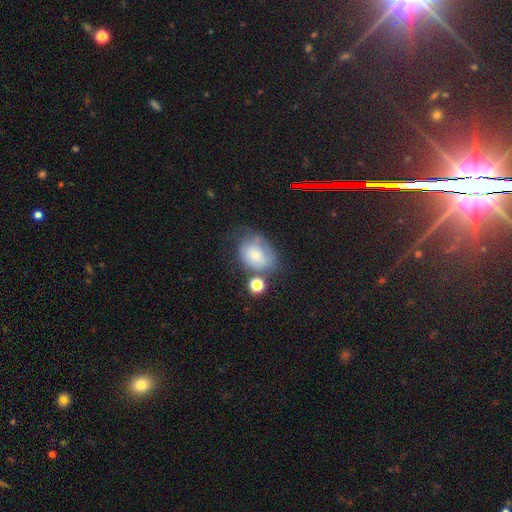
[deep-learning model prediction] smooth-or-featured: smooth: 61% | featured or disk: 30% | star or artifact: 10%
  how-rounded: in between: 62% | round: 37% | cigar-shaped: 1%
  merging: none: 37% | minor disturbance: 27% | major disturbance: 20% | merger: 15%